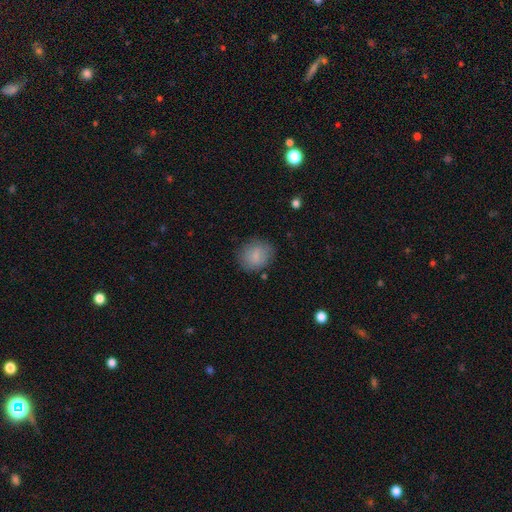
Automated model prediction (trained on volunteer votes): Smooth or featured? smooth (81%)
How rounded? round (71%)
Merging? none (79%)